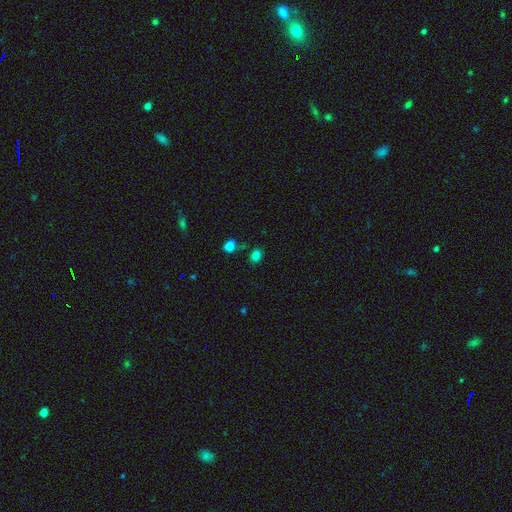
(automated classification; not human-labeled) The model was most divided on "how rounded": in between: 64%, round: 35%, cigar-shaped: 2%. More confident: smooth or featured — smooth (79%); merging — none (72%).